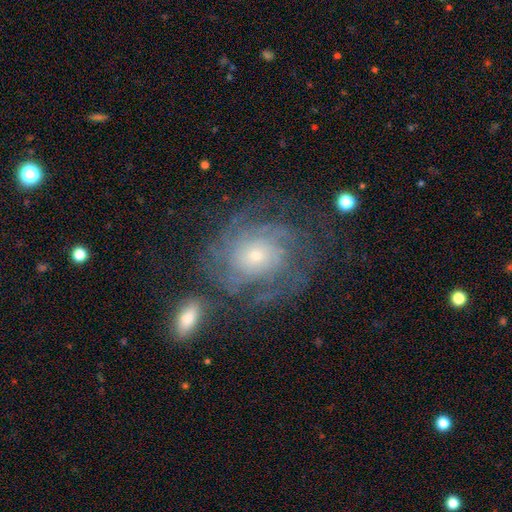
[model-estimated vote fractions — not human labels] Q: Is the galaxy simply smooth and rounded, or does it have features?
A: featured or disk — 80%.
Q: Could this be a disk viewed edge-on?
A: no — 97%.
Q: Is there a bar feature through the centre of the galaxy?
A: no — 81%.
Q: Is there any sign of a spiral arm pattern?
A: yes — 92%.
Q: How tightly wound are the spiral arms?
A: tight — 64%.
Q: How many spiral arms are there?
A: can't tell — 37%.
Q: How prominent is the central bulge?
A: small — 69%.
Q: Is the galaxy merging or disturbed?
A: none — 64%.